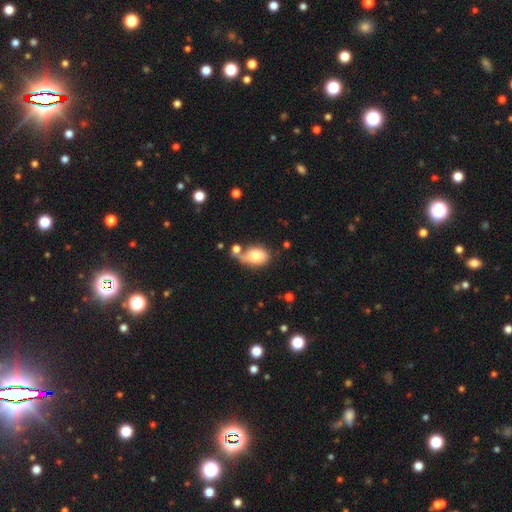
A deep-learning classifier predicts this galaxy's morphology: The model was most divided on "merging": none: 40%, merger: 28%, minor disturbance: 22%, major disturbance: 11%. More confident: how rounded — in between (82%); smooth or featured — smooth (77%).